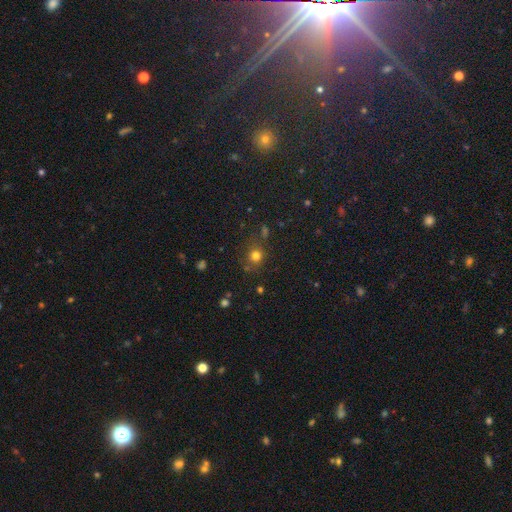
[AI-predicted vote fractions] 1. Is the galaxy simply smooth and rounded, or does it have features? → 76% smooth, 18% star or artifact, 7% featured or disk.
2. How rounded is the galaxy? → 86% round, 14% in between, 1% cigar-shaped.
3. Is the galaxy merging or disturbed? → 78% none, 12% minor disturbance, 5% merger, 5% major disturbance.